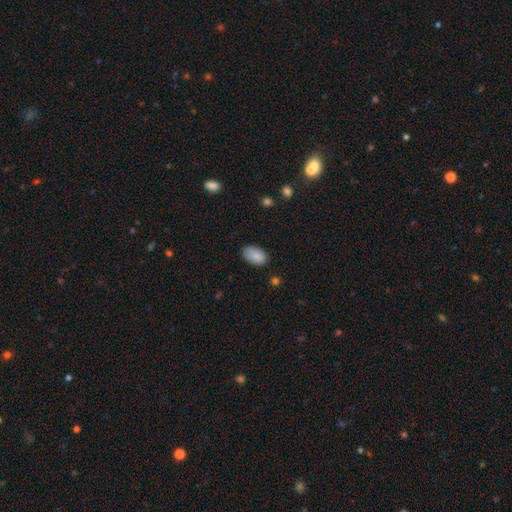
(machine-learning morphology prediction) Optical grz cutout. It shows a smooth galaxy with no disk features (85%) that is in between round and cigar-shaped (92%). Merging: none (79%).